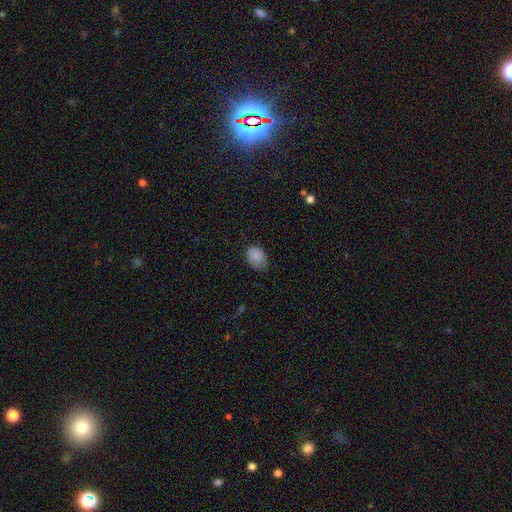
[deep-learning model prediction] Morphology: type=smooth (86%); roundness=in between (75%); merging=none (64%).